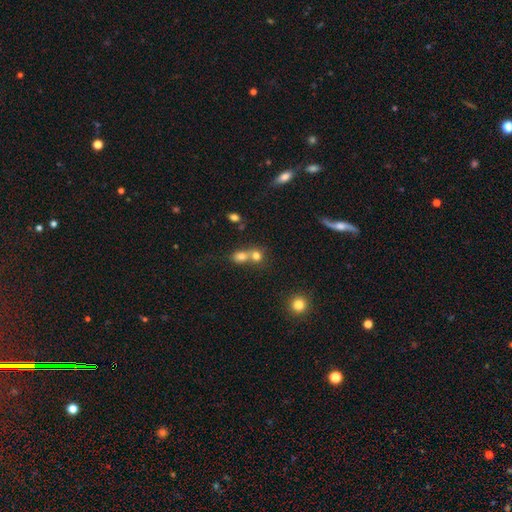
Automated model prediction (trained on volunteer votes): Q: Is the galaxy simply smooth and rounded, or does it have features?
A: smooth — 74%.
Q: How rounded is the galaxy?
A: round — 76%.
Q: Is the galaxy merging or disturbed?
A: merger — 58%.